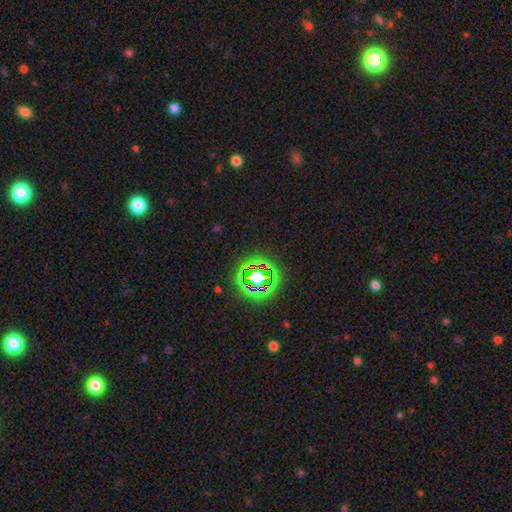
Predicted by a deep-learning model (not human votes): A star or artifact, not a galaxy (75%).

Vote fractions:
- Smooth or featured? star or artifact: 75% / smooth: 16% / featured or disk: 9%